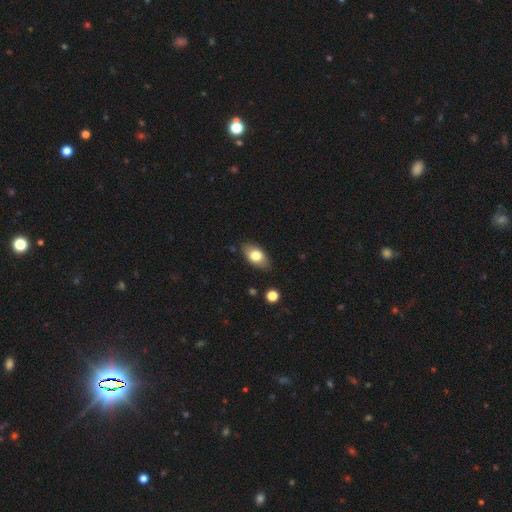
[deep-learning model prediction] smooth-or-featured: smooth: 76% | featured or disk: 17% | star or artifact: 7%
  how-rounded: in between: 91% | round: 7% | cigar-shaped: 3%
  merging: none: 84% | minor disturbance: 12% | major disturbance: 2% | merger: 2%